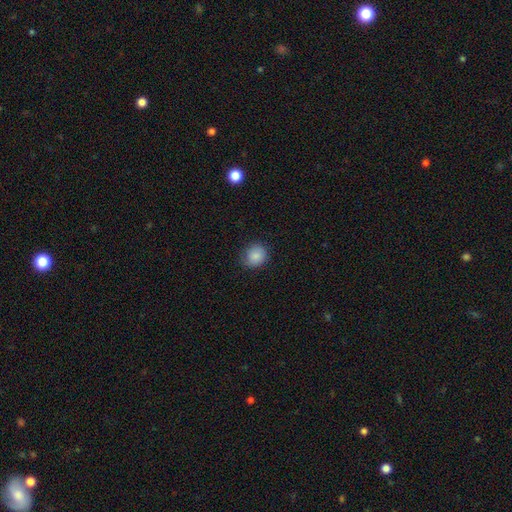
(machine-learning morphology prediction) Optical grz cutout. It shows a smooth galaxy with no disk features (86%) that is round (72%). Merging: none (79%).